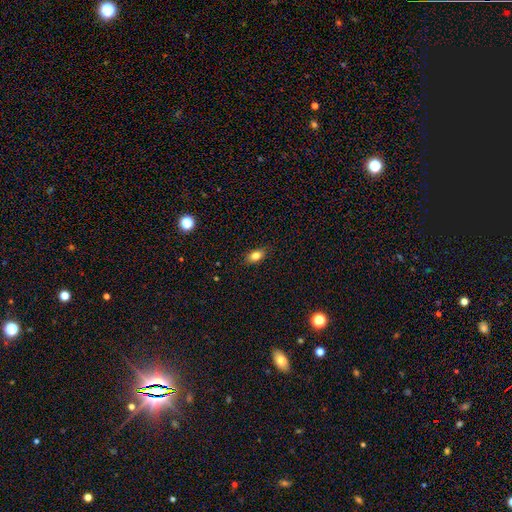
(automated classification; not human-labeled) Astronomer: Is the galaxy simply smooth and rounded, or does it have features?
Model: smooth — 82%.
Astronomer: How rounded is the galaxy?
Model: in between — 86%.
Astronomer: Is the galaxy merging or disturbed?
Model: none — 87%.